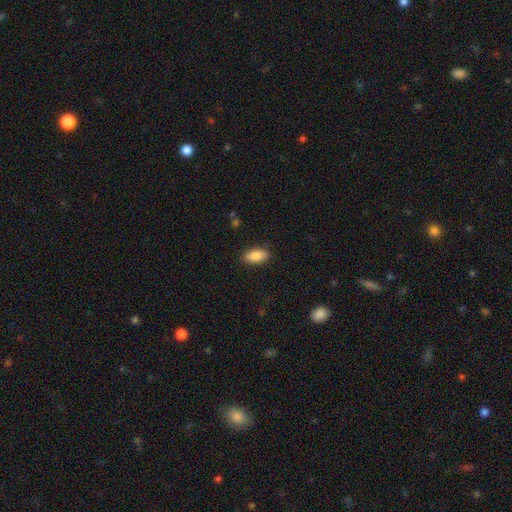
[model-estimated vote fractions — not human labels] Smooth or featured? Predicted: smooth (p=0.86). How rounded? Predicted: in between (p=0.90). Merging? Predicted: none (p=0.87).